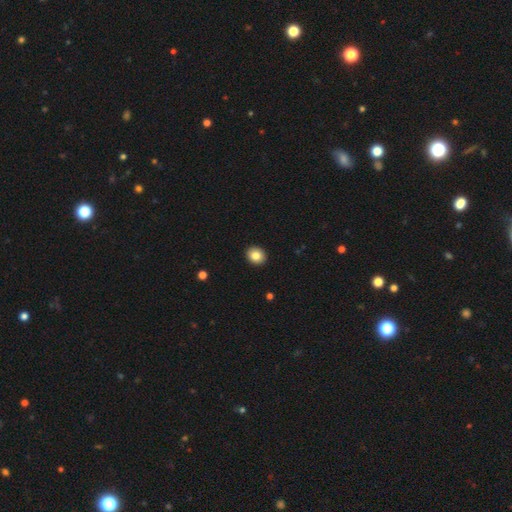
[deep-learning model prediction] Smooth or featured? Predicted: smooth (p=0.84). How rounded? Predicted: round (p=0.65). Merging? Predicted: none (p=0.92).